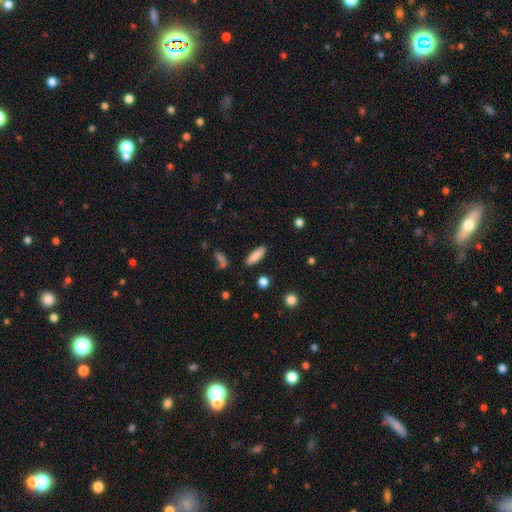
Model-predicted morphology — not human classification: A smooth galaxy with no disk features (85%) that is cigar-shaped (54%).

Vote fractions:
- Smooth or featured? smooth: 85% / featured or disk: 8% / star or artifact: 7%
- How rounded? cigar-shaped: 54% / in between: 44% / round: 2%
- Merging? none: 87% / minor disturbance: 8% / merger: 3% / major disturbance: 2%